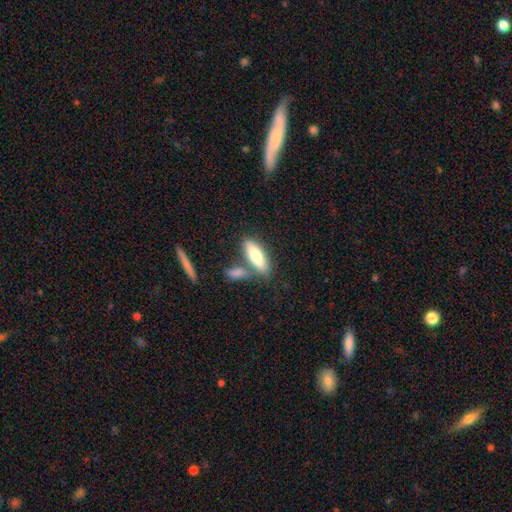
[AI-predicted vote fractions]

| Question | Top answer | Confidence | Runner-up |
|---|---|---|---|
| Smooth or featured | smooth | 77% | featured or disk (17%) |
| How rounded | in between | 66% | cigar-shaped (31%) |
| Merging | none | 58% | merger (25%) |